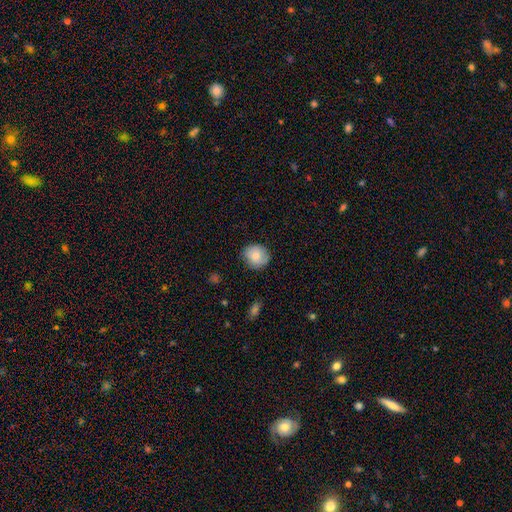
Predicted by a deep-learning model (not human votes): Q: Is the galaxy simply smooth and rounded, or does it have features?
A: smooth — 79%.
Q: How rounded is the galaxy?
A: round — 78%.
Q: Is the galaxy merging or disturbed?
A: none — 79%.